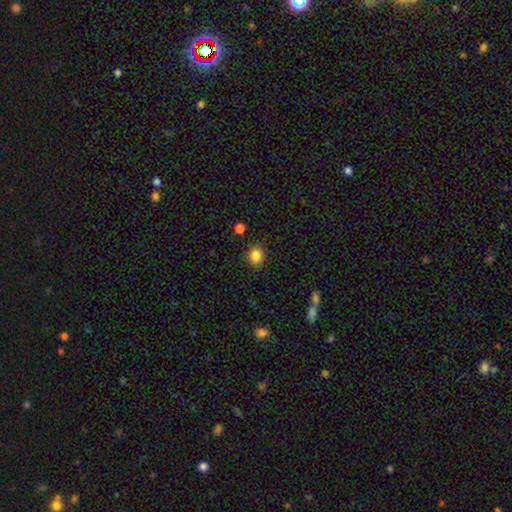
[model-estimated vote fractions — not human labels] smooth-or-featured: smooth: 84% | star or artifact: 11% | featured or disk: 4%
  how-rounded: round: 82% | in between: 17% | cigar-shaped: 1%
  merging: none: 86% | minor disturbance: 9% | major disturbance: 3% | merger: 2%